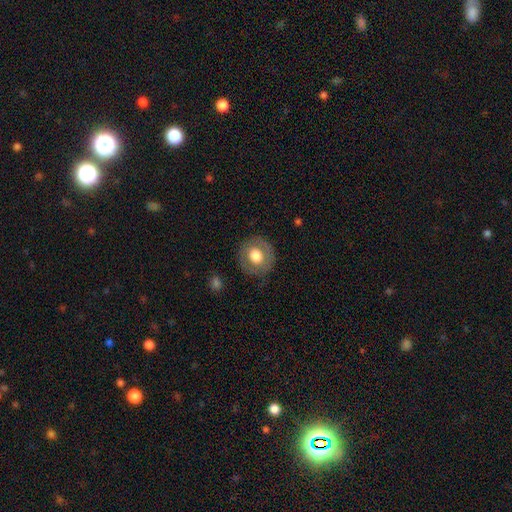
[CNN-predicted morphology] smooth-or-featured: smooth: 63% | featured or disk: 29% | star or artifact: 8%
  how-rounded: round: 88% | in between: 11% | cigar-shaped: 1%
  merging: none: 84% | minor disturbance: 10% | major disturbance: 4% | merger: 1%